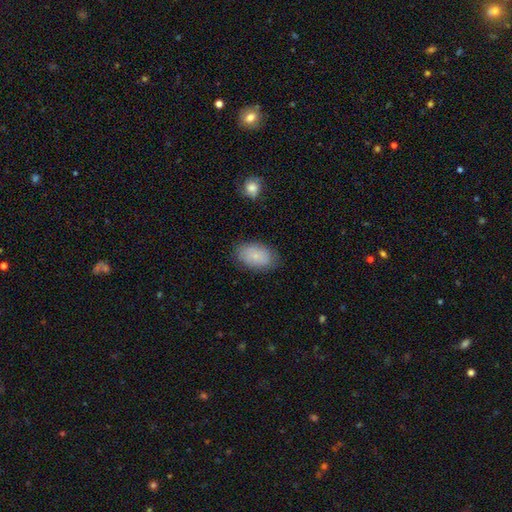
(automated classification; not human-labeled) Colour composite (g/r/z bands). It shows a smooth galaxy with no disk features (80%) that is in between round and cigar-shaped (91%). Merging: none (82%).